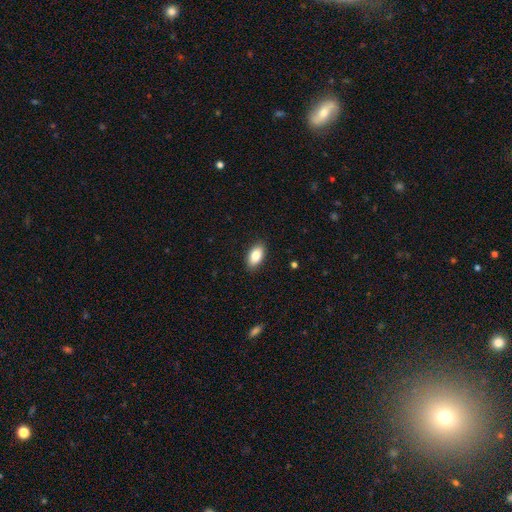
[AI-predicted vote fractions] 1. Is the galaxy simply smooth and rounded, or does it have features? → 85% smooth, 9% featured or disk, 7% star or artifact.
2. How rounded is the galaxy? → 92% in between, 4% round, 3% cigar-shaped.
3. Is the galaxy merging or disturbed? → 89% none, 8% minor disturbance, 2% major disturbance, 1% merger.